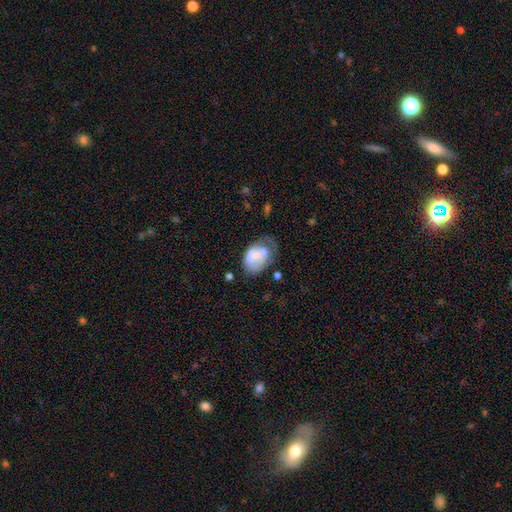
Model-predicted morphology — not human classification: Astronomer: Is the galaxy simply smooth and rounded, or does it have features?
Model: smooth — 67%.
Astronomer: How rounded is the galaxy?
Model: in between — 82%.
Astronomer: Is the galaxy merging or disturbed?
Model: minor disturbance — 34% (runner-up: none, 30%).